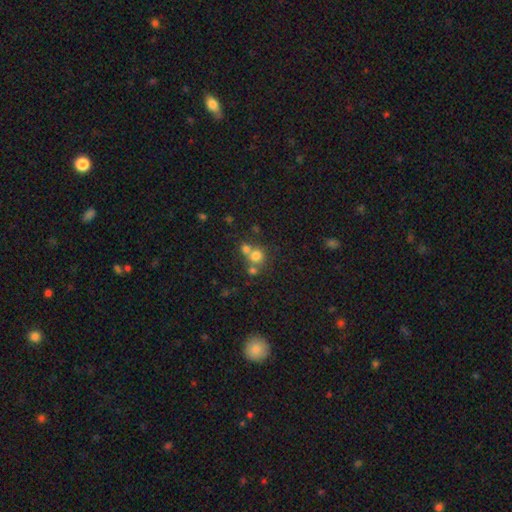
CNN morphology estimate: type=smooth (71%); roundness=round (86%); merging=merger (46%).